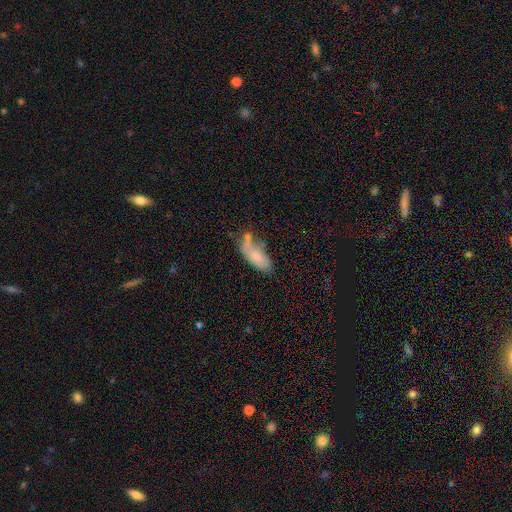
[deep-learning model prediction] smooth 68%, featured or disk 24%, star or artifact 8%. Down the decision tree: how rounded — in between (81%); merging — none (41%).